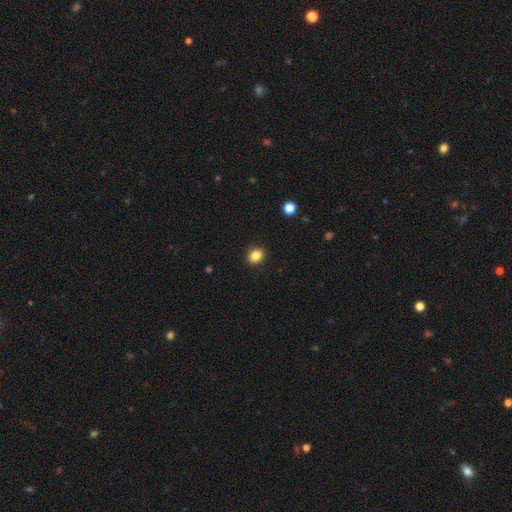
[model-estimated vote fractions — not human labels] Smooth or featured? smooth (85%)
How rounded? round (71%)
Merging? none (91%)